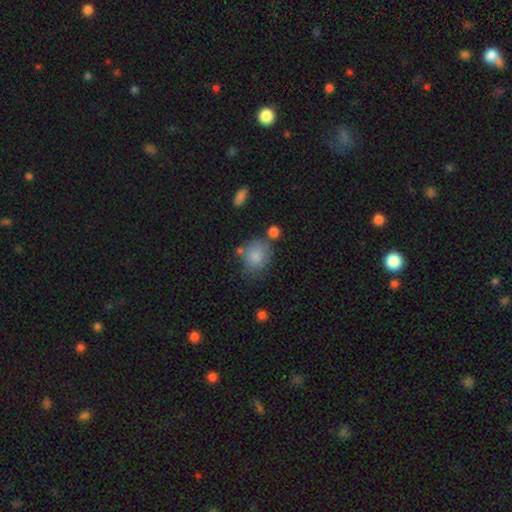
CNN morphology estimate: smooth-or-featured: smooth: 84% | star or artifact: 8% | featured or disk: 8%
  how-rounded: round: 65% | in between: 34% | cigar-shaped: 1%
  merging: none: 61% | minor disturbance: 20% | merger: 11% | major disturbance: 7%